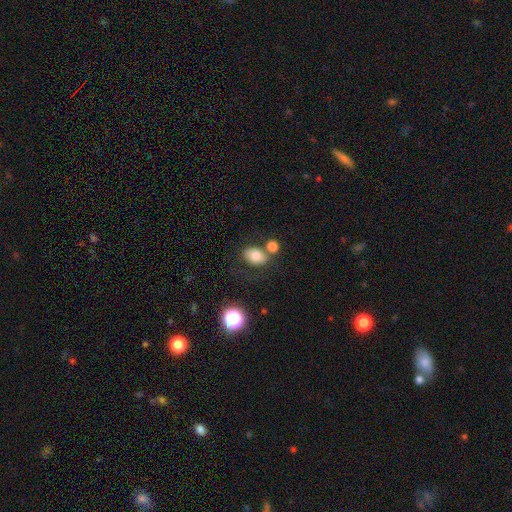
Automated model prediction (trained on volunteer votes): smooth-or-featured: smooth: 77% | featured or disk: 12% | star or artifact: 11%
  how-rounded: in between: 75% | round: 24% | cigar-shaped: 1%
  merging: none: 63% | merger: 19% | minor disturbance: 13% | major disturbance: 5%